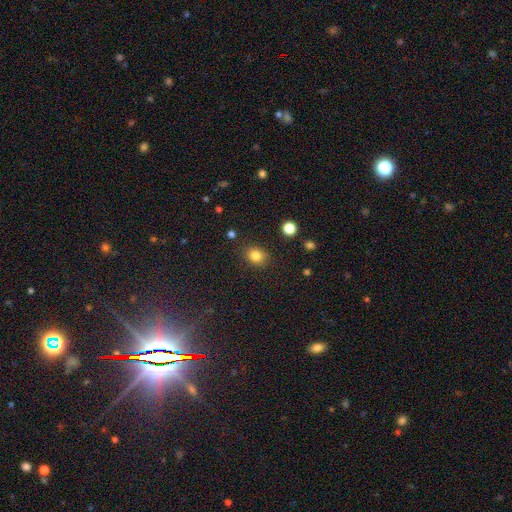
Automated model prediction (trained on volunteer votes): Smooth or featured: smooth — 82% (star or artifact — 12%)
How rounded: round — 56% (in between — 43%)
Merging: none — 84% (minor disturbance — 11%)